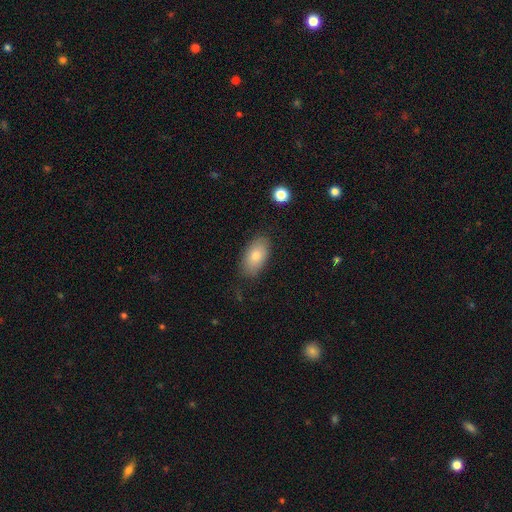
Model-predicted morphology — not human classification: Smooth or featured? Predicted: smooth (p=0.76). How rounded? Predicted: in between (p=0.93). Merging? Predicted: none (p=0.82).